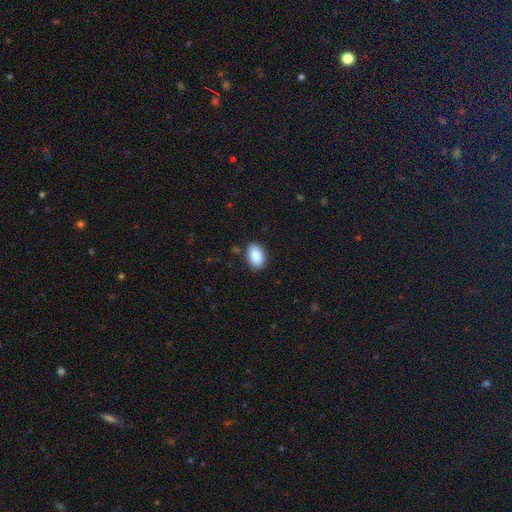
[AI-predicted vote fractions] smooth_or_featured: smooth (p=0.89) [alt: star or artifact p=0.07]
how_rounded: in between (p=0.91) [alt: round p=0.08]
merging: none (p=0.87) [alt: minor disturbance p=0.10]